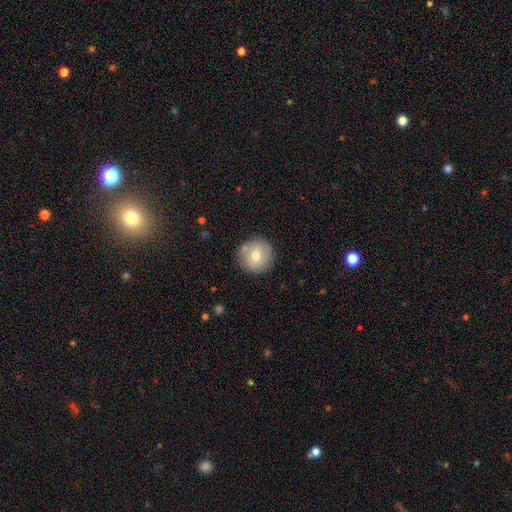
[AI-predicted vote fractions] Smooth or featured?
  - smooth: 68% *
  - featured or disk: 24%
  - star or artifact: 8%
How rounded?
  - round: 95% *
  - in between: 4%
  - cigar-shaped: 1%
Merging?
  - none: 86% *
  - minor disturbance: 9%
  - major disturbance: 2%
  - merger: 2%